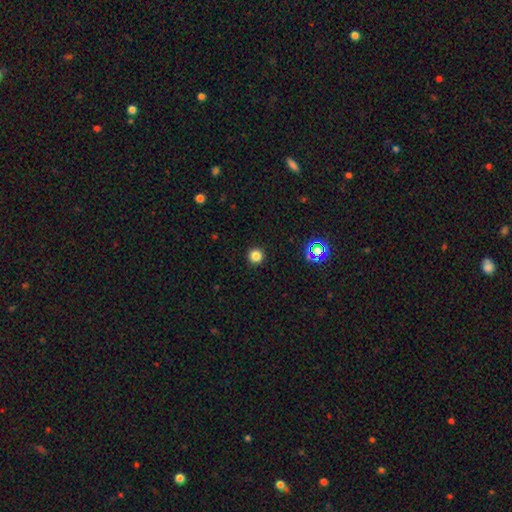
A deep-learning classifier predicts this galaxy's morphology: Smooth or featured: smooth — 82% (star or artifact — 15%)
How rounded: round — 96% (in between — 3%)
Merging: none — 93% (minor disturbance — 4%)